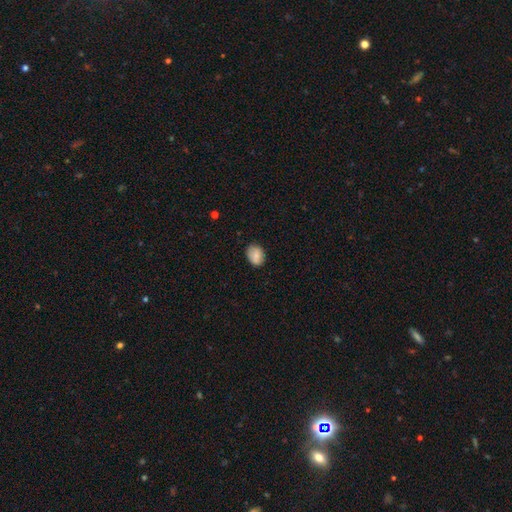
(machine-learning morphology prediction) Q: Smooth or featured?
A: smooth (82%); runner-up: featured or disk (11%)
Q: How rounded?
A: in between (65%); runner-up: round (34%)
Q: Merging?
A: none (79%); runner-up: minor disturbance (17%)